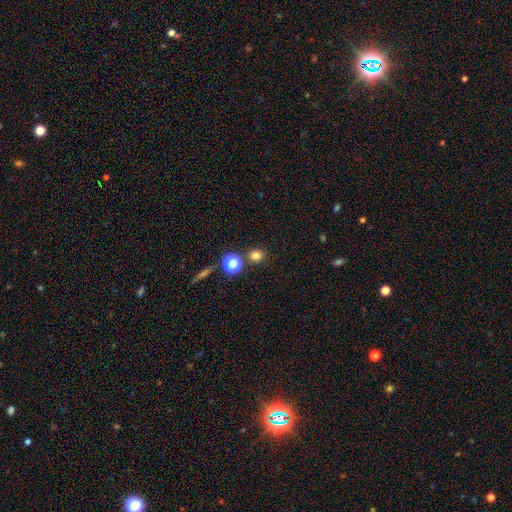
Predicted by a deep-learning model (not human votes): Q: Smooth or featured?
A: smooth (78%); runner-up: star or artifact (16%)
Q: How rounded?
A: round (80%); runner-up: in between (19%)
Q: Merging?
A: none (81%); runner-up: merger (9%)